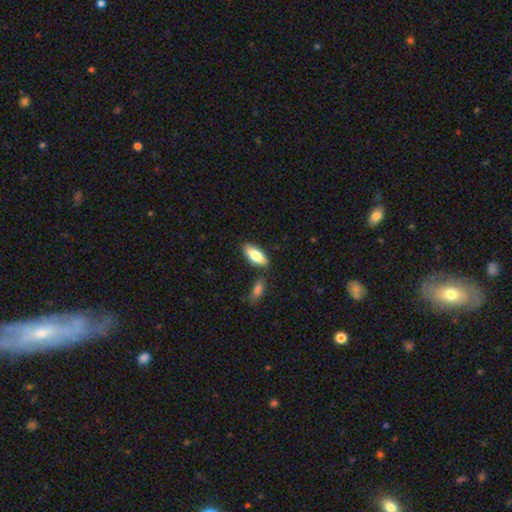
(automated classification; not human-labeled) Q: Smooth or featured?
A: smooth (78%); runner-up: featured or disk (16%)
Q: How rounded?
A: in between (82%); runner-up: cigar-shaped (16%)
Q: Merging?
A: none (78%); runner-up: minor disturbance (11%)